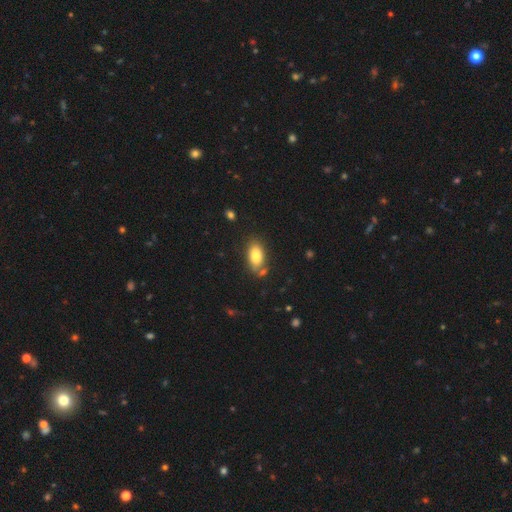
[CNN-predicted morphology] Overall: smooth (83%). How rounded: in between (91%). Merging: none (71%).